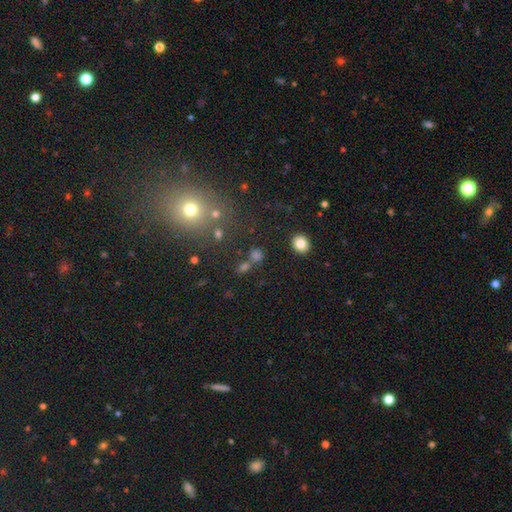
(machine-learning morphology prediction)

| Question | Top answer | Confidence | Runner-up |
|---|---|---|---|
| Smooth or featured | smooth | 67% | star or artifact (25%) |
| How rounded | round | 71% | in between (27%) |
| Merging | none | 74% | merger (13%) |